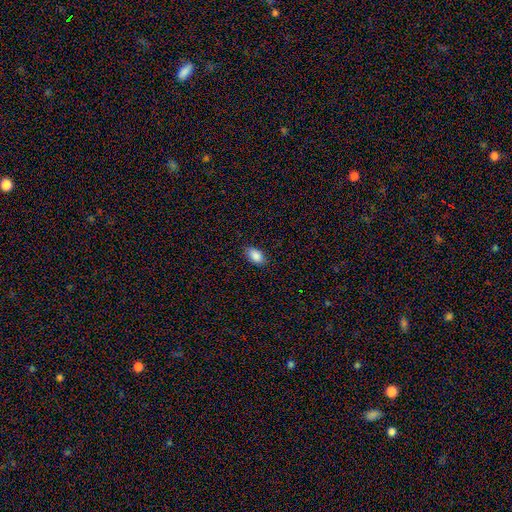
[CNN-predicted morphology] Q: Smooth or featured?
A: smooth (89%); runner-up: star or artifact (8%)
Q: How rounded?
A: in between (92%); runner-up: round (7%)
Q: Merging?
A: none (85%); runner-up: minor disturbance (12%)